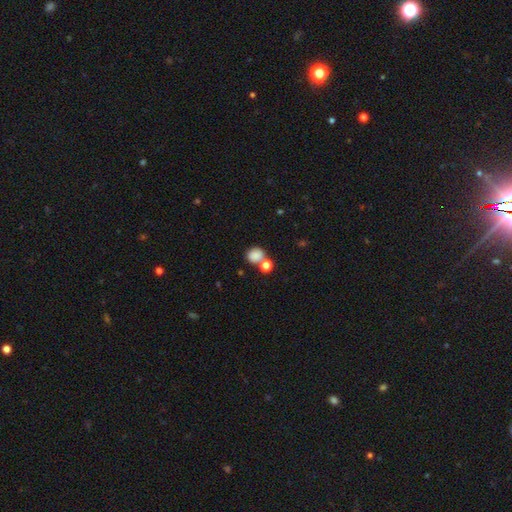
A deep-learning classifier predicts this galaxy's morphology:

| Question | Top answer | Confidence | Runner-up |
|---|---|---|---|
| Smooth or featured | smooth | 83% | star or artifact (11%) |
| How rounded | round | 71% | in between (28%) |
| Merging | none | 53% | merger (31%) |